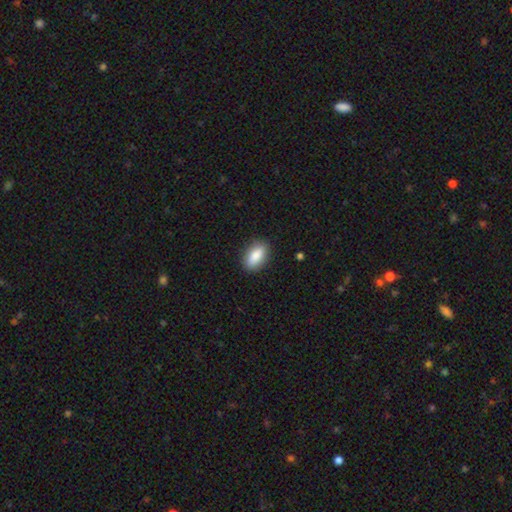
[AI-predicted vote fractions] Q: Smooth or featured?
A: smooth (85%); runner-up: featured or disk (8%)
Q: How rounded?
A: in between (88%); runner-up: cigar-shaped (7%)
Q: Merging?
A: none (87%); runner-up: minor disturbance (9%)